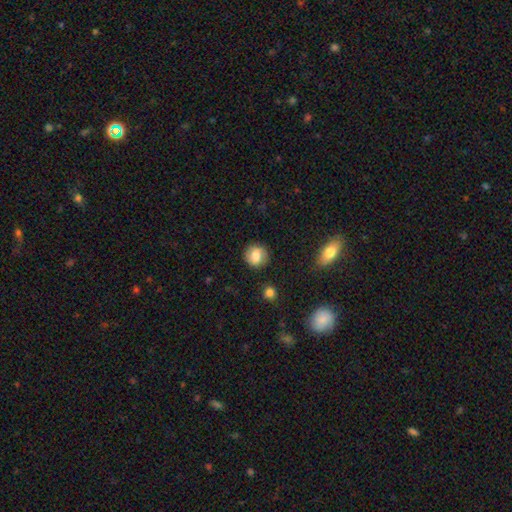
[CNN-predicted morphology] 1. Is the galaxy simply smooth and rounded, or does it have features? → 73% smooth, 17% featured or disk, 9% star or artifact.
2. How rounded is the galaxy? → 83% round, 16% in between, 1% cigar-shaped.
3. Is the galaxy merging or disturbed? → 85% none, 10% minor disturbance, 3% major disturbance, 2% merger.